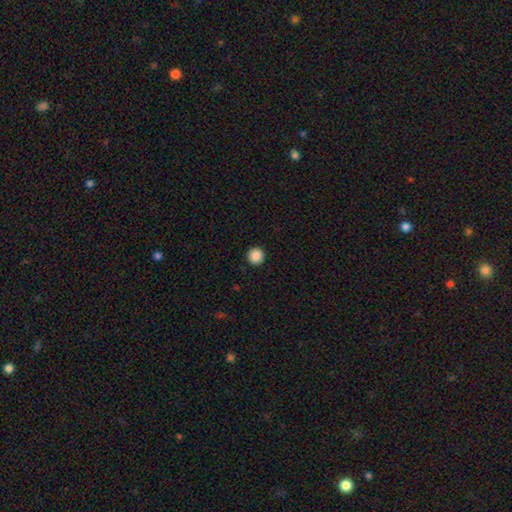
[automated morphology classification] This is clearly a smooth galaxy (89%). How rounded: clearly round (96%). Merging: clearly none (93%).